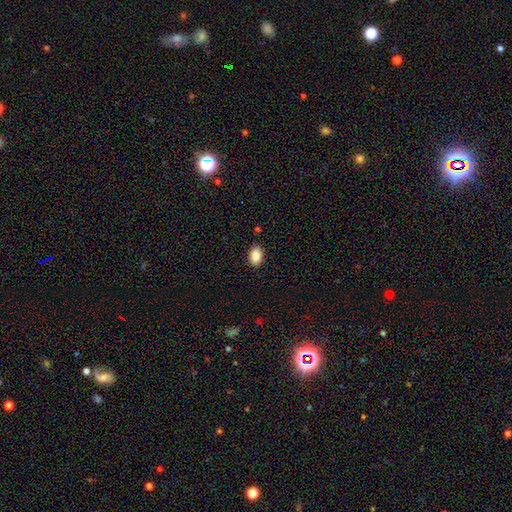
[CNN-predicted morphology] Smooth or featured? Predicted: smooth (p=0.87). How rounded? Predicted: in between (p=0.84). Merging? Predicted: none (p=0.88).